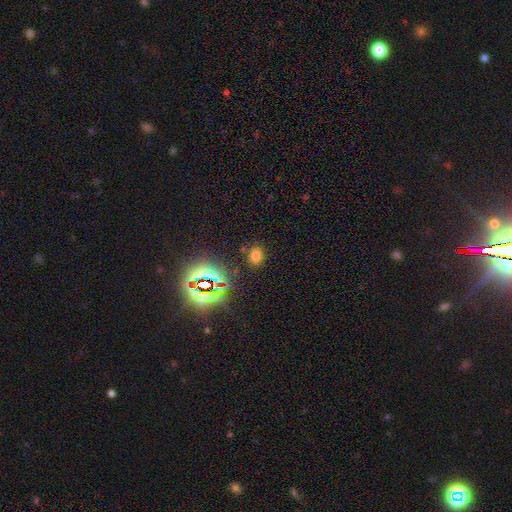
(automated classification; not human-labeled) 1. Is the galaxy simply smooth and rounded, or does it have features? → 65% smooth, 28% star or artifact, 7% featured or disk.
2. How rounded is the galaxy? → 56% in between, 42% round, 1% cigar-shaped.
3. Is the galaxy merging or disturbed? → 82% none, 10% minor disturbance, 4% major disturbance, 4% merger.